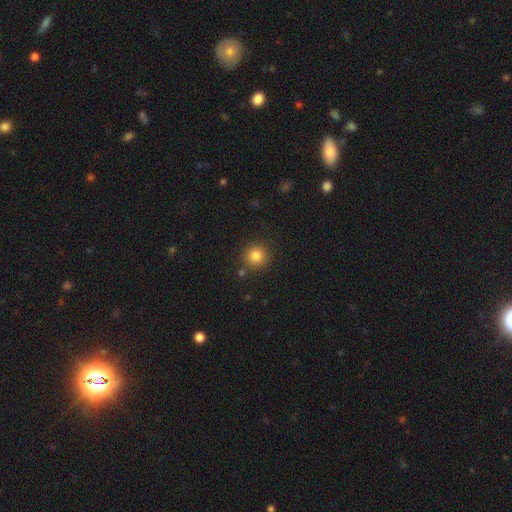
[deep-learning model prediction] Overall: smooth (83%). How rounded: round (93%). Merging: none (86%).